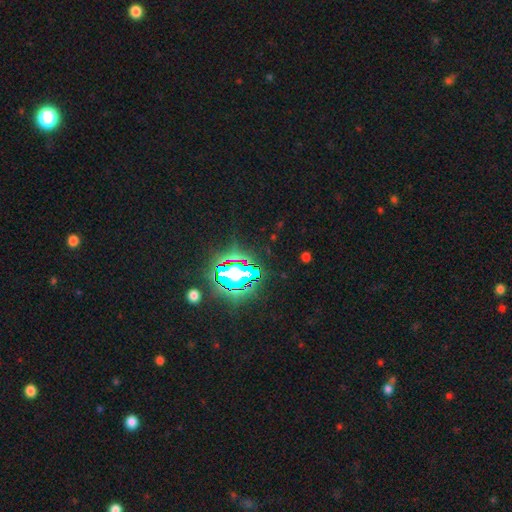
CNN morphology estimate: Smooth or featured?
  - star or artifact: 83% *
  - smooth: 11%
  - featured or disk: 7%